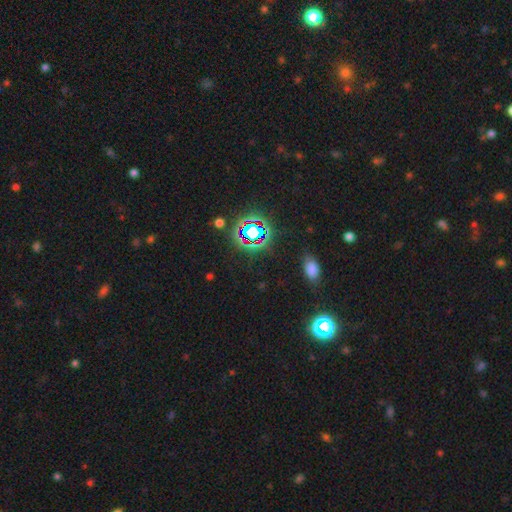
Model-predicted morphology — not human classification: The model was most divided on "smooth or featured": star or artifact: 69%, smooth: 22%, featured or disk: 9%.